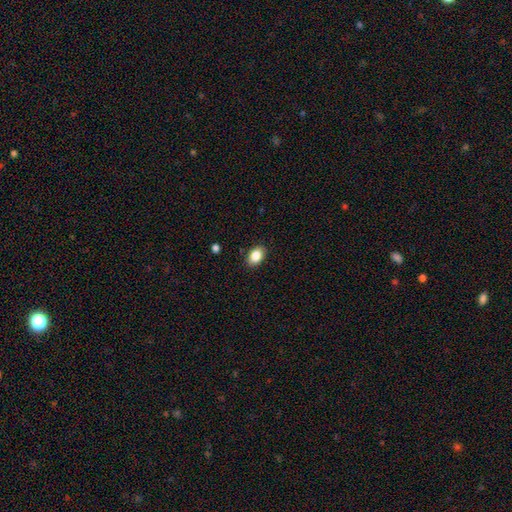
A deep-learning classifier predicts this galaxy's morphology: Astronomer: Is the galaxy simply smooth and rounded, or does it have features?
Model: smooth — 86%.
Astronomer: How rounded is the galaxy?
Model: in between — 84%.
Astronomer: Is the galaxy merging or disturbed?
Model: none — 88%.